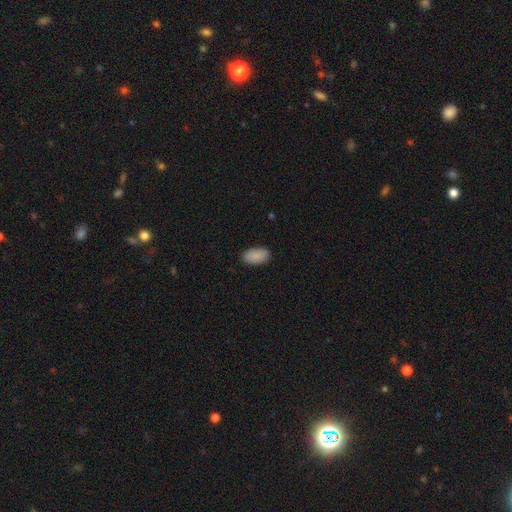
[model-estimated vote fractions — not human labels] Q: Smooth or featured?
A: smooth (89%); runner-up: star or artifact (7%)
Q: How rounded?
A: in between (95%); runner-up: round (3%)
Q: Merging?
A: none (87%); runner-up: minor disturbance (10%)